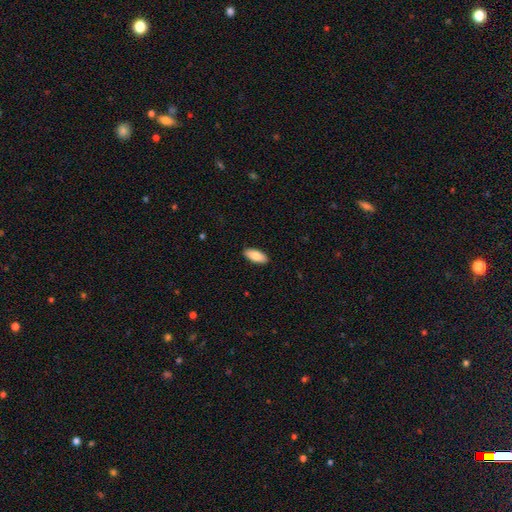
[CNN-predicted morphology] smooth-or-featured: smooth: 84% | featured or disk: 10% | star or artifact: 6%
  how-rounded: in between: 88% | cigar-shaped: 10% | round: 2%
  merging: none: 90% | minor disturbance: 7% | major disturbance: 2% | merger: 1%